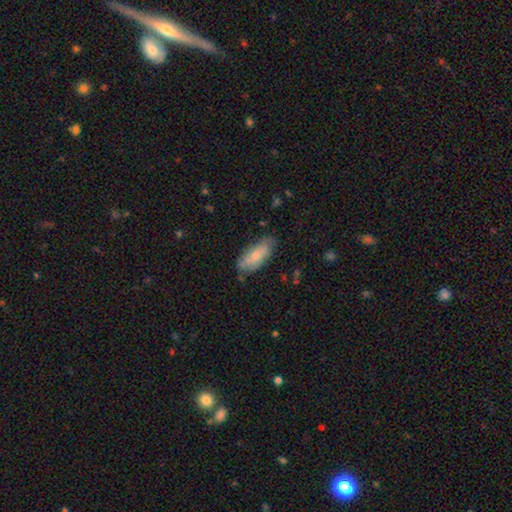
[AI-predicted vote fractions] Overall: smooth (69%). How rounded: in between (81%). Merging: none (70%).